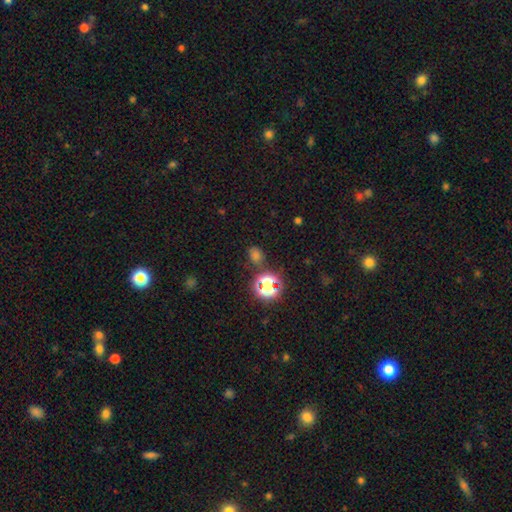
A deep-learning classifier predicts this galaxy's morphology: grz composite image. It shows a smooth galaxy with no disk features (54%) that is round (72%). Merging: none (79%).